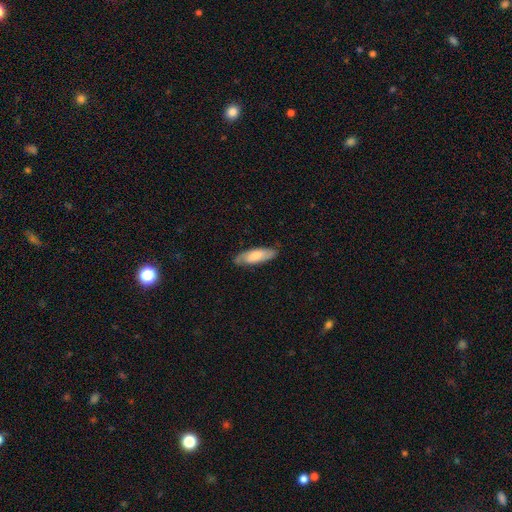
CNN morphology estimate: Overall: smooth (71%). How rounded: in between (57%; cigar-shaped 41%). Merging: none (79%).